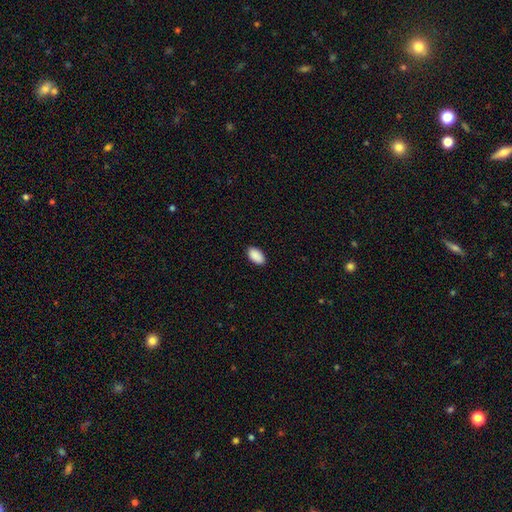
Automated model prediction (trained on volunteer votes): smooth-or-featured: smooth: 91% | star or artifact: 7% | featured or disk: 2%
  how-rounded: in between: 95% | round: 3% | cigar-shaped: 2%
  merging: none: 89% | minor disturbance: 8% | major disturbance: 2% | merger: 1%